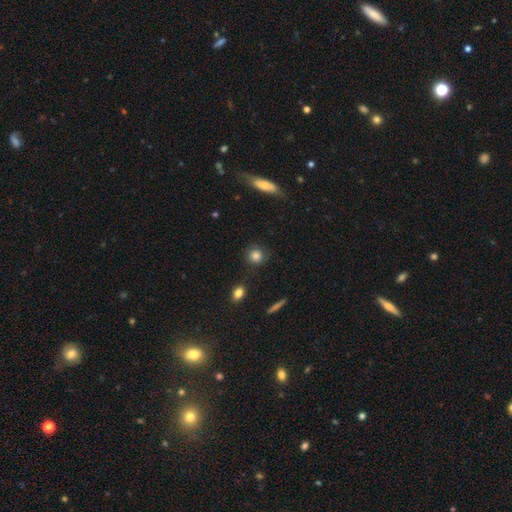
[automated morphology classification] This appears to be a smooth galaxy with no disk features (83%) that is round (88%). Merging: none (81%).